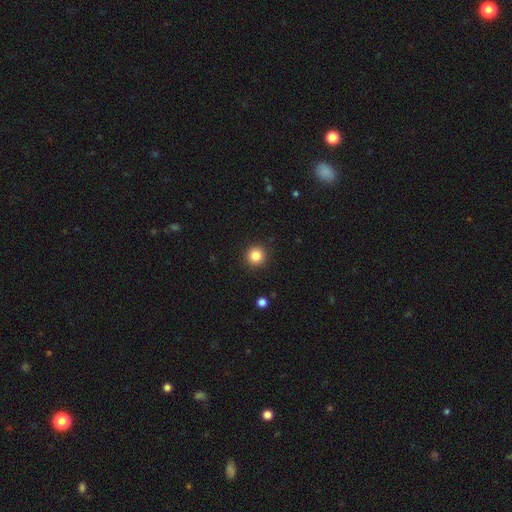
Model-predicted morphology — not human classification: Overall: smooth (84%). How rounded: round (95%). Merging: none (92%).